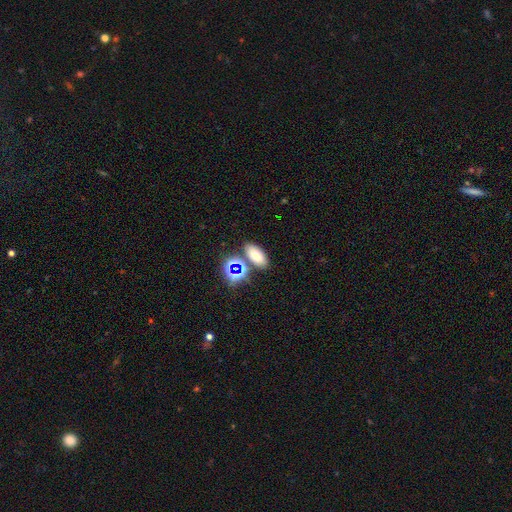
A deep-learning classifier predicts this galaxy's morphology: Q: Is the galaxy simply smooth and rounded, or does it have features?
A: smooth — 70%.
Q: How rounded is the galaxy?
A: in between — 83%.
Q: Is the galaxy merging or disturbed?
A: none — 75%.